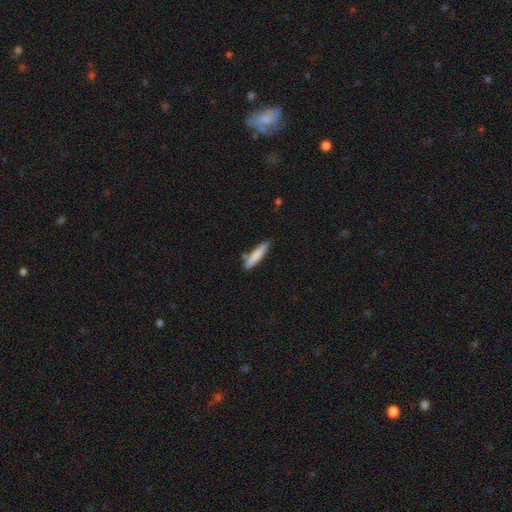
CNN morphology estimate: smooth 78%, featured or disk 16%, star or artifact 6%. Down the decision tree: how rounded — cigar-shaped (90%); merging — none (77%).